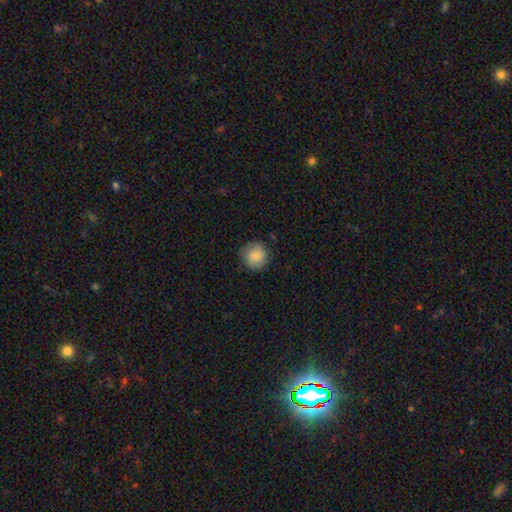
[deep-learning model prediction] The model was most divided on "merging": none: 83%, minor disturbance: 12%, major disturbance: 3%, merger: 1%. More confident: how rounded — round (92%); smooth or featured — smooth (85%).